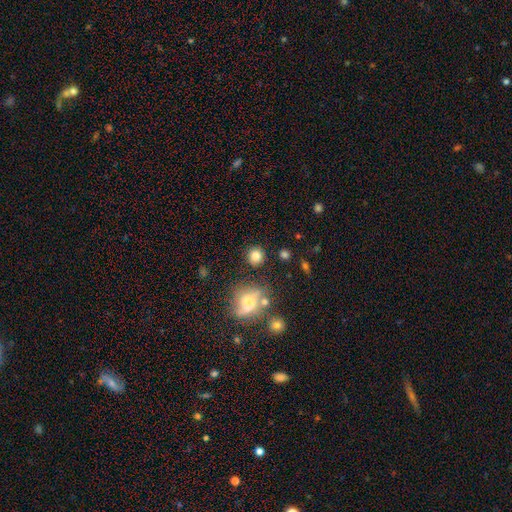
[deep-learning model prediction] The model was most divided on "smooth or featured": smooth: 80%, star or artifact: 13%, featured or disk: 8%. More confident: how rounded — round (89%); merging — none (84%).